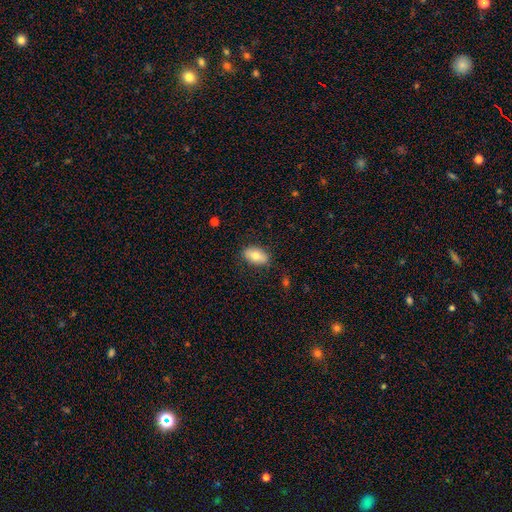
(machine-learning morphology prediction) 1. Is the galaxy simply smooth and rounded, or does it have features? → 75% smooth, 18% featured or disk, 7% star or artifact.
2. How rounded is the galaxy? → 91% in between, 6% round, 2% cigar-shaped.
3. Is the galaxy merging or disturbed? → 85% none, 12% minor disturbance, 3% major disturbance, 1% merger.